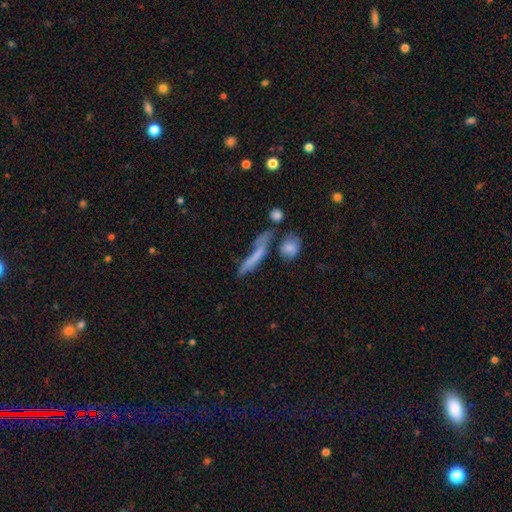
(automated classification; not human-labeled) Smooth or featured: smooth — 53% (featured or disk — 34%)
How rounded: cigar-shaped — 80% (in between — 15%)
Merging: none — 40% (merger — 26%)